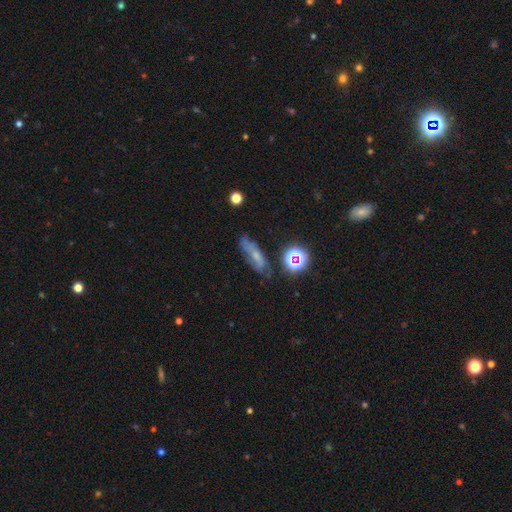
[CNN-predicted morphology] smooth_or_featured: smooth (p=0.42) [alt: featured or disk p=0.37]
merging: none (p=0.63) [alt: minor disturbance p=0.23]